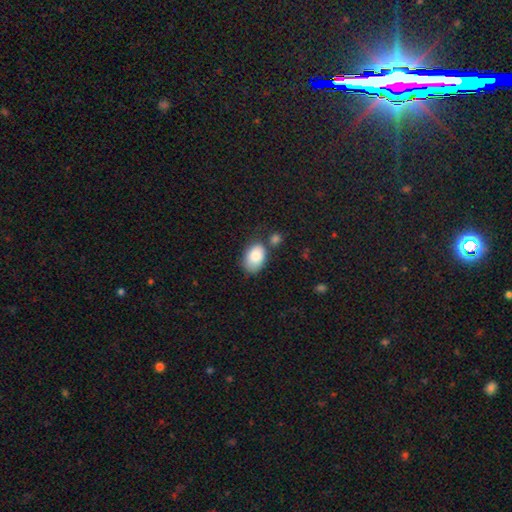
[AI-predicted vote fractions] Overall: smooth (84%). How rounded: in between (88%). Merging: none (57%; minor disturbance 23%).